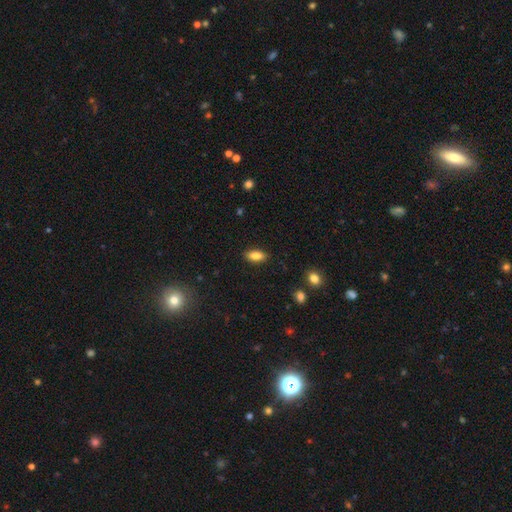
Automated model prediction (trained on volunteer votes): Q: Smooth or featured?
A: smooth (84%); runner-up: star or artifact (8%)
Q: How rounded?
A: in between (87%); runner-up: cigar-shaped (10%)
Q: Merging?
A: none (87%); runner-up: minor disturbance (9%)